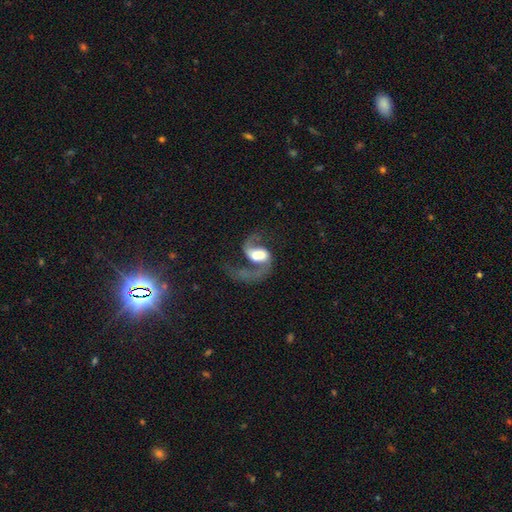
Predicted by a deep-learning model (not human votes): This is clearly a featured or disk galaxy (84%). It is clearly not viewed edge-on (97%). Bar: marginally weak (39%). Spiral arm pattern: clearly yes (95%). Spiral arm count: clearly 2 (87%). Spiral winding: likely loose (65%). Central bulge: marginally moderate (40%). Merging: possibly none (48%).